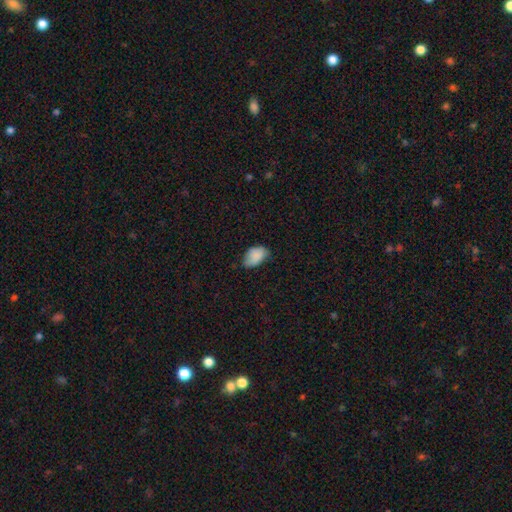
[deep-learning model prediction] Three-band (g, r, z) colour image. It shows a smooth galaxy with no disk features (86%) that is in between round and cigar-shaped (90%). Merging: none (53%).